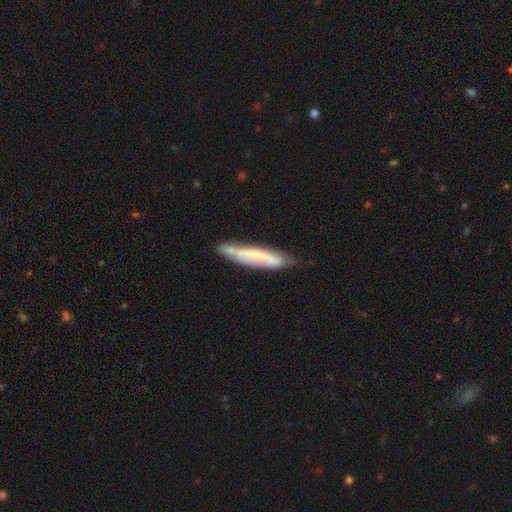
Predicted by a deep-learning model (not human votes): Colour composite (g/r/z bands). It shows a featured or disk galaxy (51%) viewed edge-on (55%). Merging: none (69%).